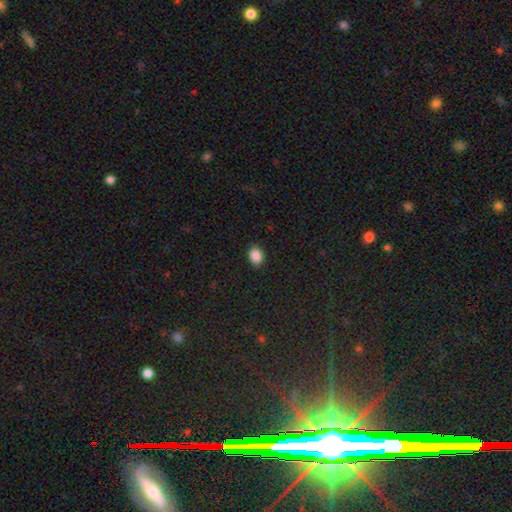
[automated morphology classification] Q: Smooth or featured?
A: smooth (88%); runner-up: star or artifact (9%)
Q: How rounded?
A: in between (57%); runner-up: round (42%)
Q: Merging?
A: none (89%); runner-up: minor disturbance (8%)